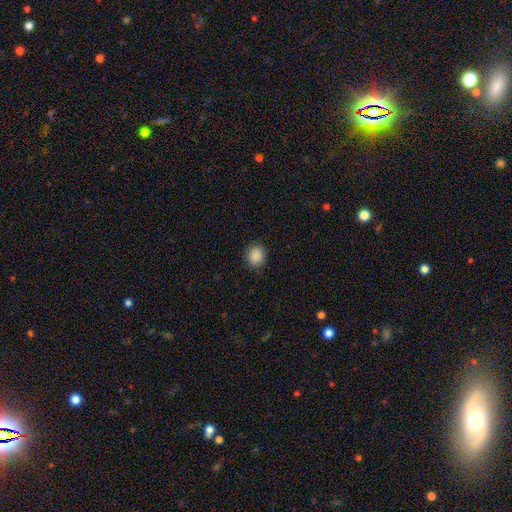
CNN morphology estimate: A smooth galaxy with no disk features (88%) that is round (77%).

Vote fractions:
- Smooth or featured? smooth: 88% / star or artifact: 9% / featured or disk: 3%
- How rounded? round: 77% / in between: 22% / cigar-shaped: 1%
- Merging? none: 89% / minor disturbance: 8% / major disturbance: 2% / merger: 1%